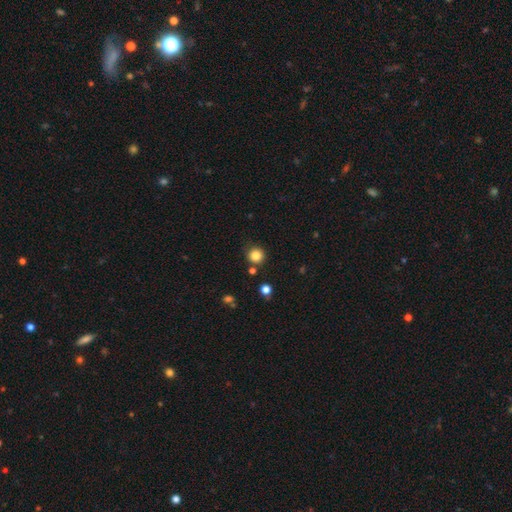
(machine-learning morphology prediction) smooth_or_featured: smooth (p=0.84) [alt: star or artifact p=0.12]
how_rounded: round (p=0.93) [alt: in between p=0.06]
merging: none (p=0.82) [alt: minor disturbance p=0.10]